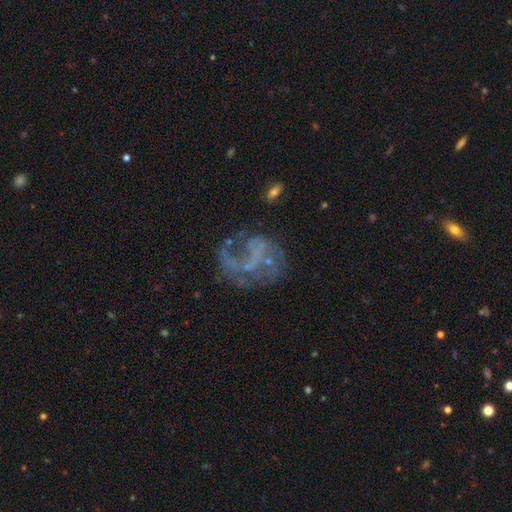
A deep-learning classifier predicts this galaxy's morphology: Smooth or featured?
  - featured or disk: 70% *
  - smooth: 16%
  - star or artifact: 14%
Edge-on disk?
  - no: 98% *
  - yes: 2%
Bar?
  - no: 70% *
  - weak: 22%
  - strong: 8%
Spiral arms?
  - yes: 59% *
  - no: 41%
Bulge size?
  - none: 74% *
  - small: 19%
  - moderate: 5%
  - large: 2%
  - dominant: 1%
Merging?
  - none: 42% *
  - major disturbance: 38%
  - minor disturbance: 15%
  - merger: 5%